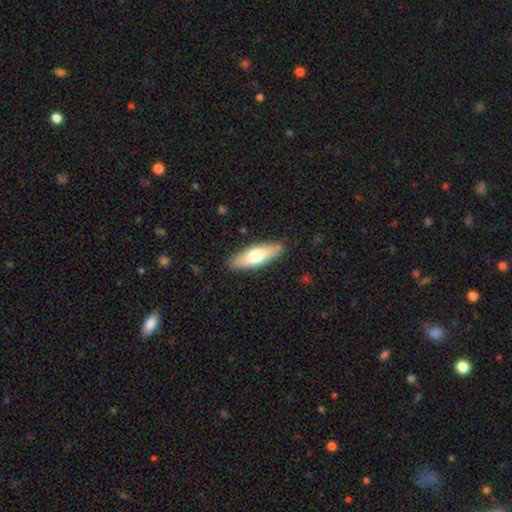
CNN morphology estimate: A smooth galaxy with no disk features (66%) that is in between round and cigar-shaped (54%). Merging: none (87%).